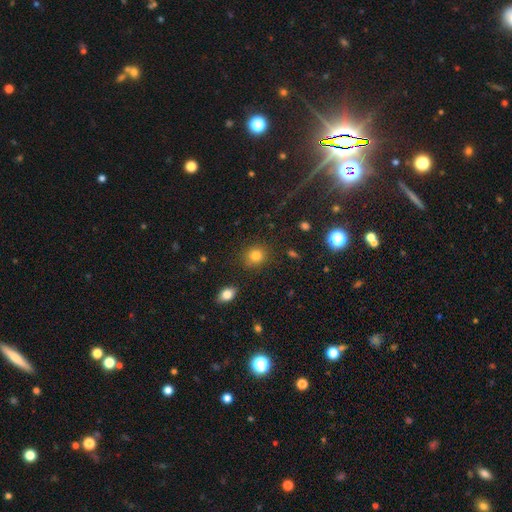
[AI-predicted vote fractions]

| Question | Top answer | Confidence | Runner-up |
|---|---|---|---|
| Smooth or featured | smooth | 82% | star or artifact (12%) |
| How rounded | round | 78% | in between (21%) |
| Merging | none | 86% | minor disturbance (9%) |